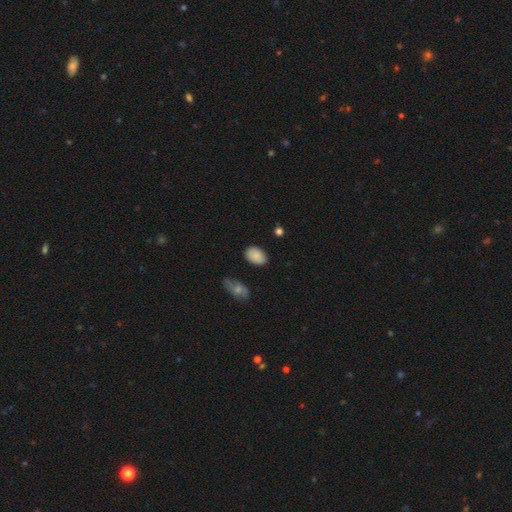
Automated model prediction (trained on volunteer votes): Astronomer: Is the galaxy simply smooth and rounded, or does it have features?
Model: smooth — 85%.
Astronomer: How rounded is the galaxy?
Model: in between — 85%.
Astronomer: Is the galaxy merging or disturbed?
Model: none — 79%.